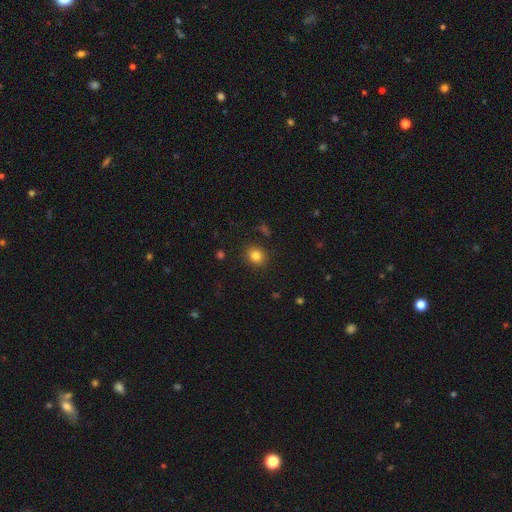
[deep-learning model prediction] smooth-or-featured: smooth: 82% | star or artifact: 12% | featured or disk: 6%
  how-rounded: round: 77% | in between: 22% | cigar-shaped: 1%
  merging: none: 88% | minor disturbance: 8% | major disturbance: 3% | merger: 1%